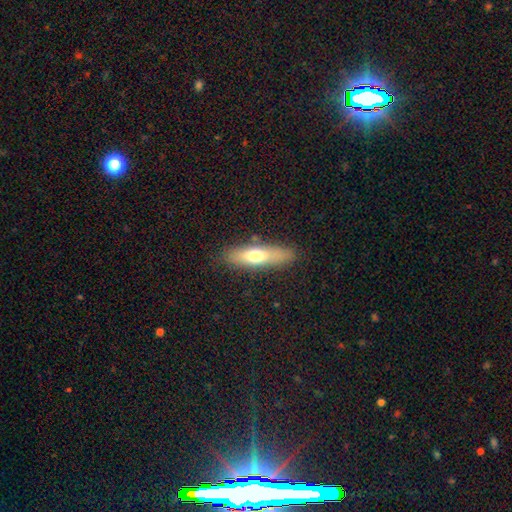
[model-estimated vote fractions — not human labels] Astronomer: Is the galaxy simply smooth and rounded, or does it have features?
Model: smooth — 62%.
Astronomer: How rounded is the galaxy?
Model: cigar-shaped — 64%.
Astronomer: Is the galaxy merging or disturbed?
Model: none — 84%.